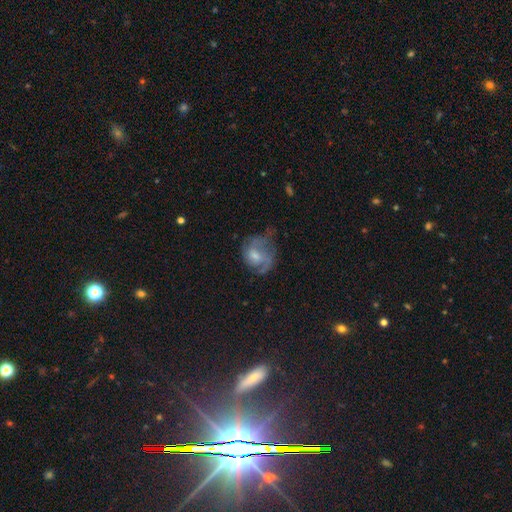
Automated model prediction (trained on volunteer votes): A featured or disk galaxy (56%) with no bar (56%), spiral arms (72%) and a moderate central bulge (44%).

Vote fractions:
- Smooth or featured? featured or disk: 56% / smooth: 35% / star or artifact: 8%
- Edge-on disk? no: 97% / yes: 3%
- Bar? no: 56% / weak: 38% / strong: 6%
- Spiral arms? yes: 72% / no: 28%
- Bulge size? moderate: 44% / small: 33% / none: 14% / large: 8% / dominant: 2%
- Merging? none: 37% / major disturbance: 34% / minor disturbance: 27% / merger: 3%